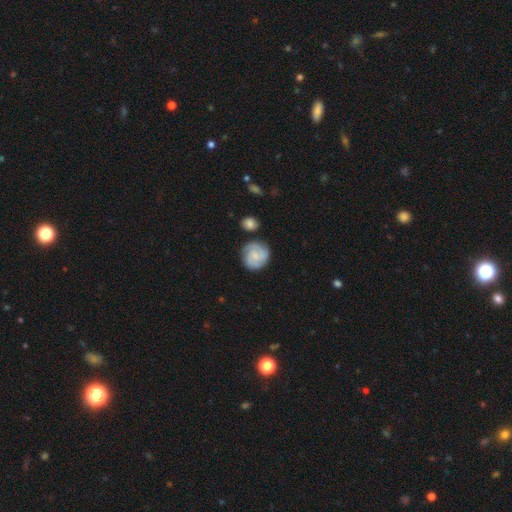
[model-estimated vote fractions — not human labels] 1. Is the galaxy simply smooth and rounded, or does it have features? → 64% featured or disk, 29% smooth, 6% star or artifact.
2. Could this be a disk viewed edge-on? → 98% no, 2% yes.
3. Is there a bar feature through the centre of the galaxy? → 69% no, 27% weak, 4% strong.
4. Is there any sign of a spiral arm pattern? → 93% yes, 7% no.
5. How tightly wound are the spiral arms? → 65% tight, 29% medium, 7% loose.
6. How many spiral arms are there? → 37% 3, 27% 2, 21% can't tell, 7% 4, 4% 1, 4% more than 4.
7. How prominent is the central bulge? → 49% small, 25% moderate, 21% none, 3% large, 1% dominant.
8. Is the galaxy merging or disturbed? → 76% none, 16% minor disturbance, 5% major disturbance, 4% merger.